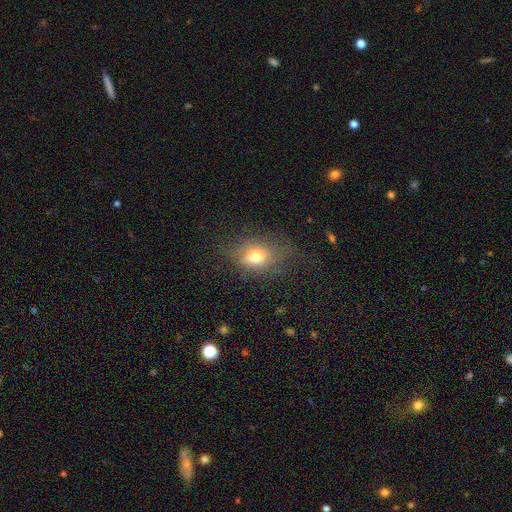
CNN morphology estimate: A smooth galaxy with no disk features (69%) that is in between round and cigar-shaped (57%). Merging: none (61%).